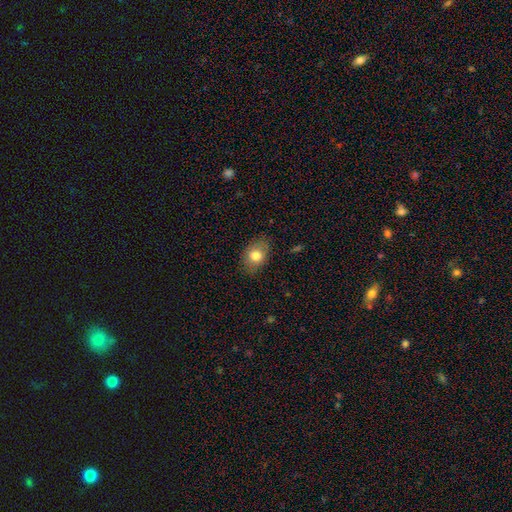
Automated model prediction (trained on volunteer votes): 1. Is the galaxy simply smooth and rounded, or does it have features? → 79% smooth, 13% featured or disk, 9% star or artifact.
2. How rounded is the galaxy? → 71% in between, 28% round, 1% cigar-shaped.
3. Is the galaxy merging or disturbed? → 81% none, 14% minor disturbance, 4% major disturbance, 1% merger.